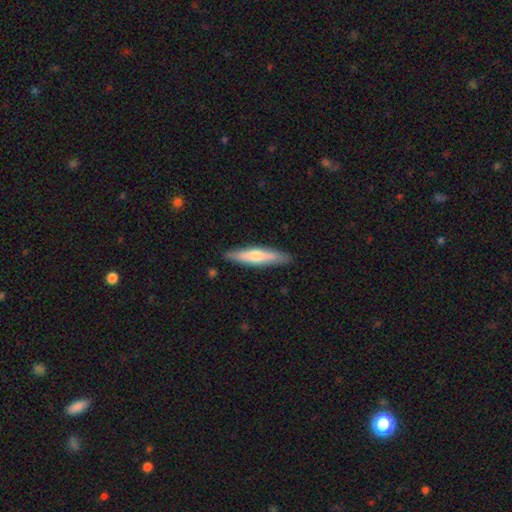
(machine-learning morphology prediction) smooth_or_featured: smooth (p=0.55) [alt: featured or disk p=0.40]
how_rounded: cigar-shaped (p=0.87) [alt: in between p=0.11]
merging: none (p=0.88) [alt: minor disturbance p=0.09]